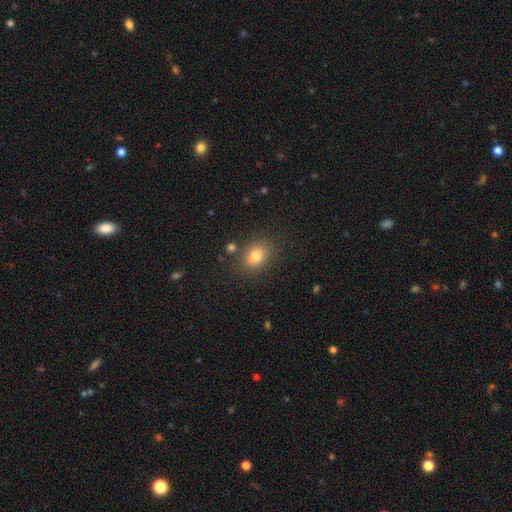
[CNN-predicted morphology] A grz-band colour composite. It shows a smooth galaxy with no disk features (79%) that is in between round and cigar-shaped (57%). Merging: none (80%).